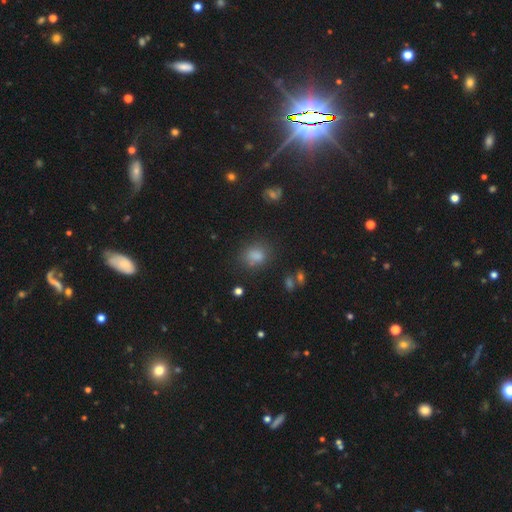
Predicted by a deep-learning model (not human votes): This is likely a smooth galaxy (79%). How rounded: possibly in between (50%). Merging: likely none (68%).